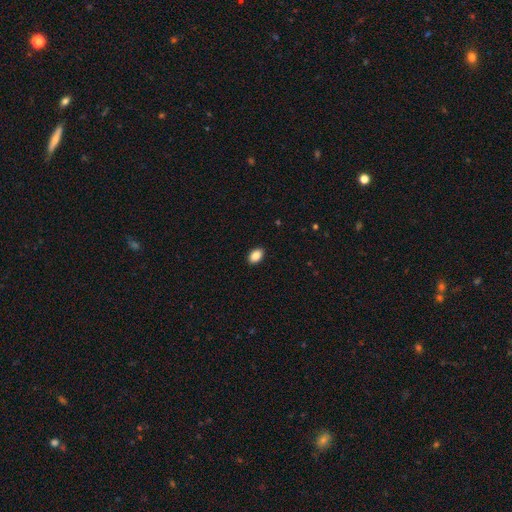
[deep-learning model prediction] Smooth or featured: smooth — 89% (star or artifact — 8%)
How rounded: in between — 86% (round — 13%)
Merging: none — 90% (minor disturbance — 7%)